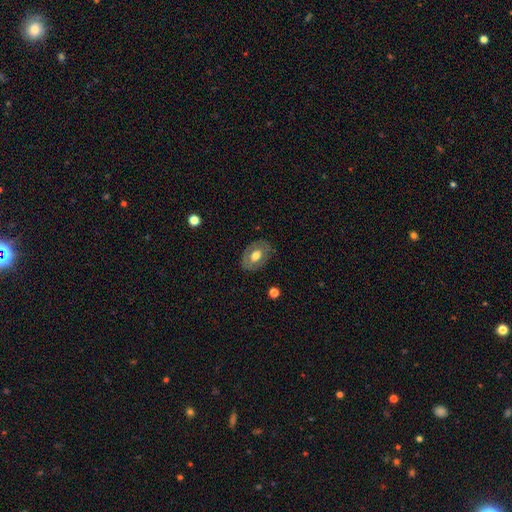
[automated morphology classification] smooth 54%, featured or disk 39%, star or artifact 6%. Down the decision tree: how rounded — in between (80%); merging — none (80%).